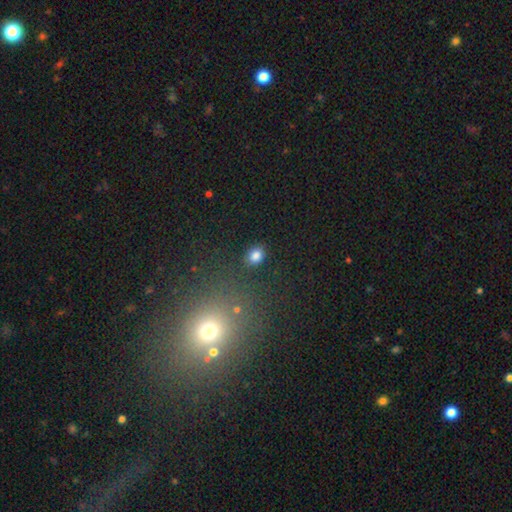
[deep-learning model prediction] smooth-or-featured: smooth: 83% | star or artifact: 12% | featured or disk: 5%
  how-rounded: in between: 52% | round: 47% | cigar-shaped: 1%
  merging: none: 85% | minor disturbance: 10% | major disturbance: 3% | merger: 2%